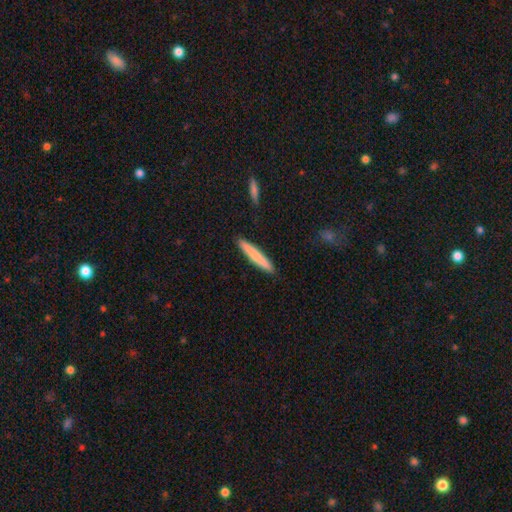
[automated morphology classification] A smooth galaxy with no disk features (76%) that is cigar-shaped (94%).

Vote fractions:
- Smooth or featured? smooth: 76% / featured or disk: 19% / star or artifact: 5%
- How rounded? cigar-shaped: 94% / in between: 5% / round: 1%
- Merging? none: 91% / minor disturbance: 6% / major disturbance: 1% / merger: 1%